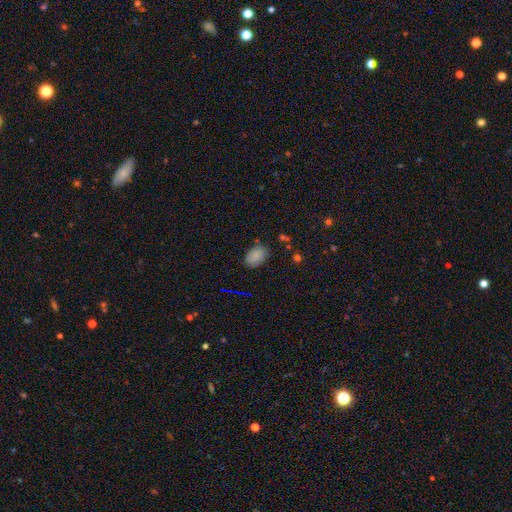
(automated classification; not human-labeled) Smooth or featured?
  - smooth: 83% *
  - star or artifact: 11%
  - featured or disk: 5%
How rounded?
  - in between: 85% *
  - round: 14%
  - cigar-shaped: 1%
Merging?
  - none: 79% *
  - minor disturbance: 16%
  - major disturbance: 3%
  - merger: 2%